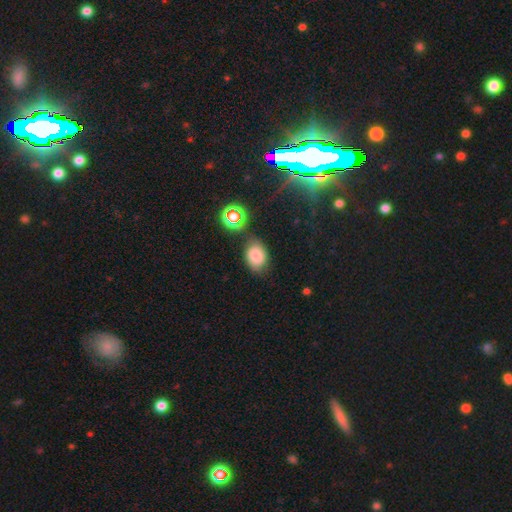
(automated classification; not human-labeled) smooth-or-featured: smooth: 78% | star or artifact: 13% | featured or disk: 9%
  how-rounded: in between: 77% | round: 22% | cigar-shaped: 1%
  merging: none: 70% | minor disturbance: 19% | merger: 5% | major disturbance: 5%